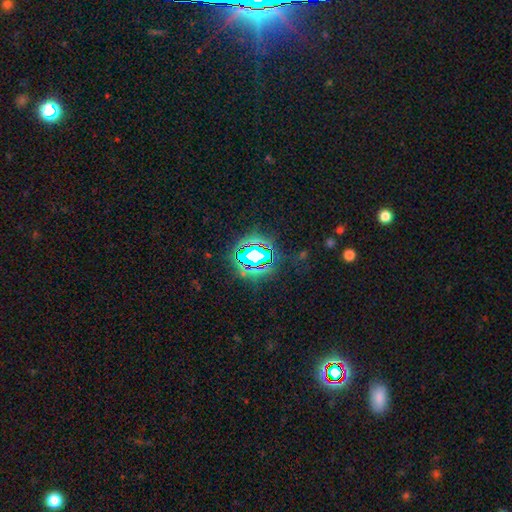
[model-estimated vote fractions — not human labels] smooth-or-featured: star or artifact: 72% | smooth: 16% | featured or disk: 12%